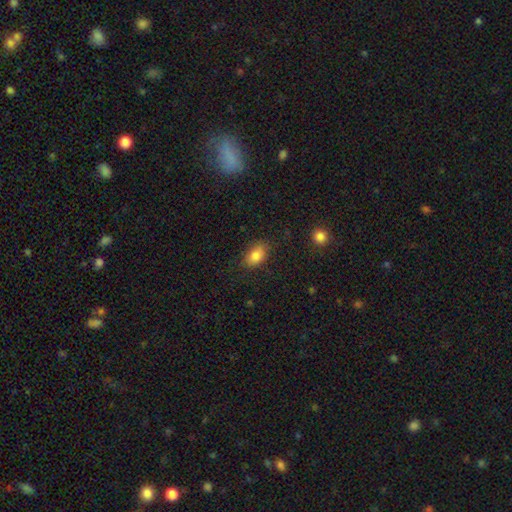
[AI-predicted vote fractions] Smooth or featured? Predicted: smooth (p=0.83). How rounded? Predicted: in between (p=0.85). Merging? Predicted: none (p=0.80).